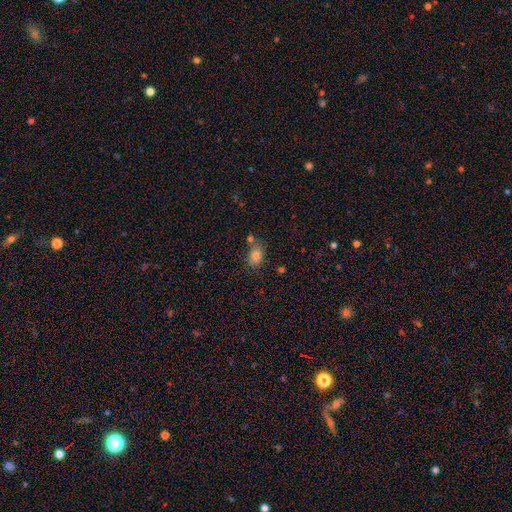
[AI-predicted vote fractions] Smooth or featured?
  - smooth: 81% *
  - star or artifact: 12%
  - featured or disk: 8%
How rounded?
  - in between: 75% *
  - round: 24%
  - cigar-shaped: 2%
Merging?
  - none: 65% *
  - minor disturbance: 17%
  - merger: 13%
  - major disturbance: 5%